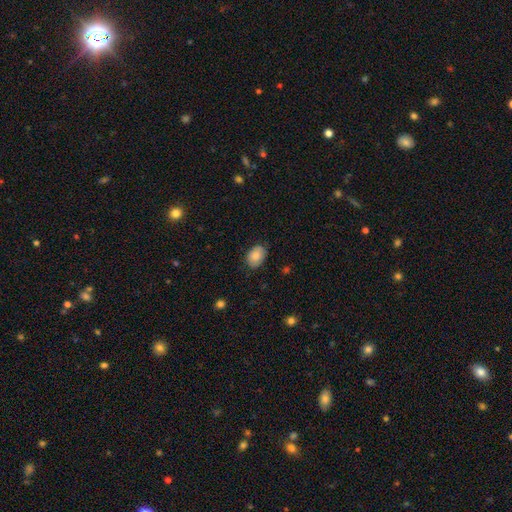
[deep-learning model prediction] Morphology: type=smooth (83%); roundness=in between (79%); merging=none (81%).